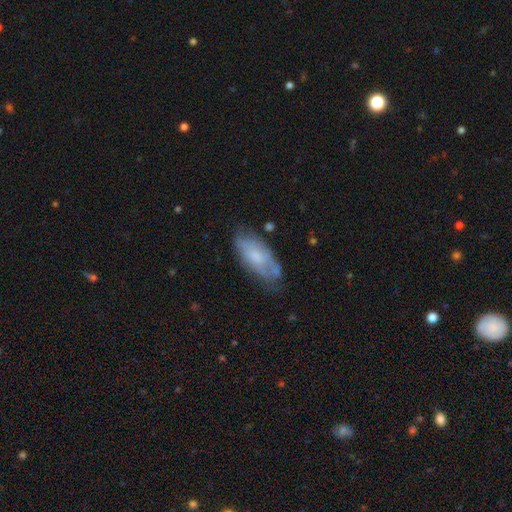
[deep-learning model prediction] Smooth or featured: smooth — 50% (featured or disk — 42%)
How rounded: in between — 83% (cigar-shaped — 15%)
Merging: none — 59% (minor disturbance — 29%)